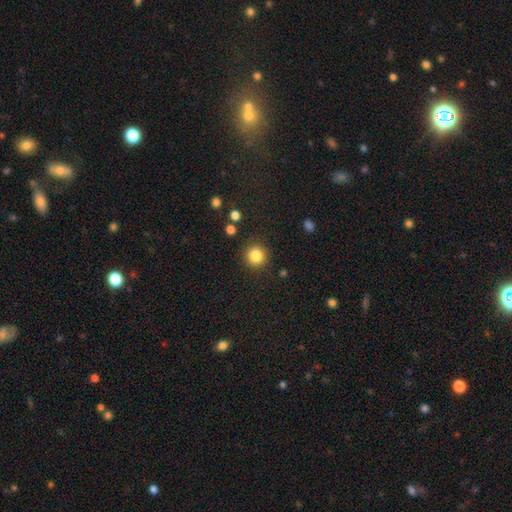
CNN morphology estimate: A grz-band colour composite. It shows a smooth galaxy with no disk features (84%) that is round (94%). Merging: none (89%).